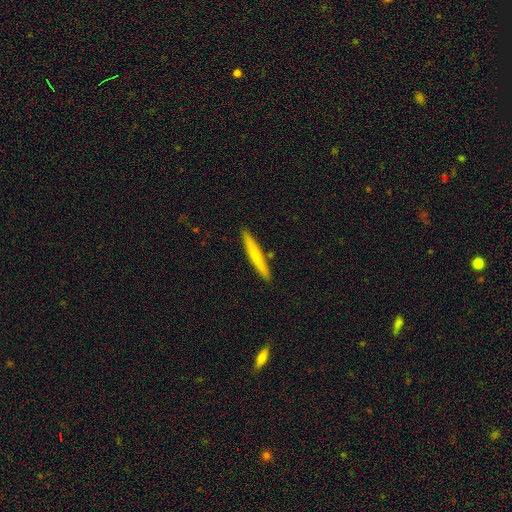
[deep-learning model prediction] Overall: smooth (58%; featured or disk 36%). How rounded: cigar-shaped (95%). Merging: none (89%).